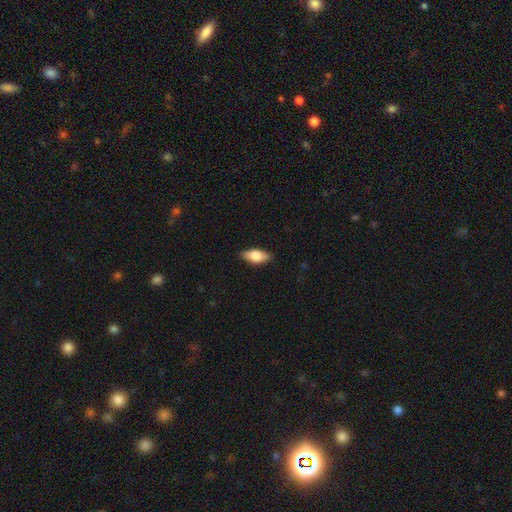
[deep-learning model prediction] Smooth or featured? Predicted: smooth (p=0.76). How rounded? Predicted: in between (p=0.83). Merging? Predicted: none (p=0.86).